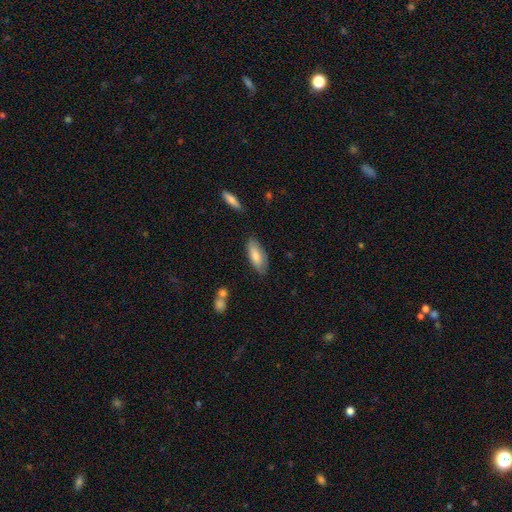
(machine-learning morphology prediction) Smooth or featured? smooth (78%)
How rounded? in between (76%)
Merging? none (78%)